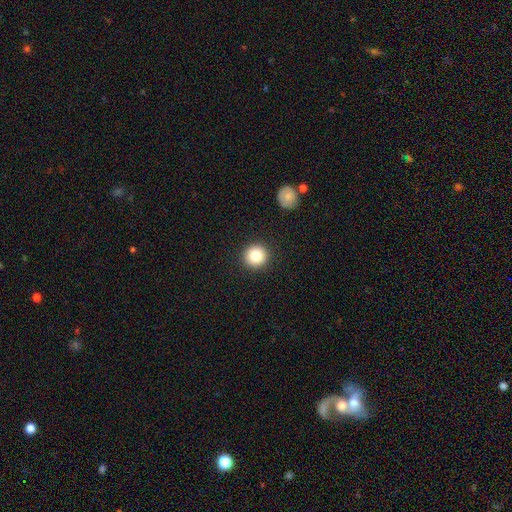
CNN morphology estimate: A smooth galaxy with no disk features (83%) that is round (94%).

Vote fractions:
- Smooth or featured? smooth: 83% / star or artifact: 10% / featured or disk: 8%
- How rounded? round: 94% / in between: 5% / cigar-shaped: 1%
- Merging? none: 92% / minor disturbance: 5% / major disturbance: 2% / merger: 1%